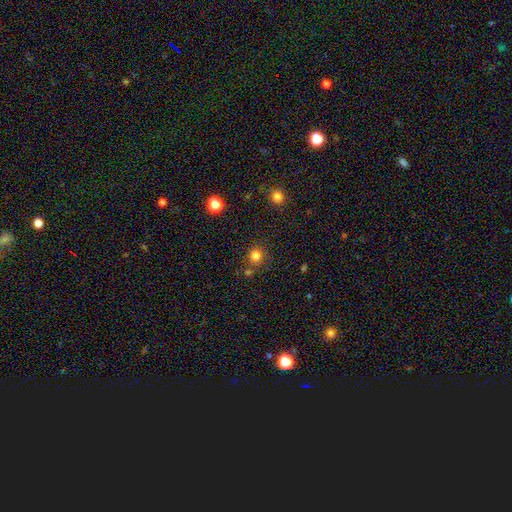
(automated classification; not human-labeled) Smooth or featured? Predicted: smooth (p=0.80). How rounded? Predicted: round (p=0.89). Merging? Predicted: none (p=0.76).